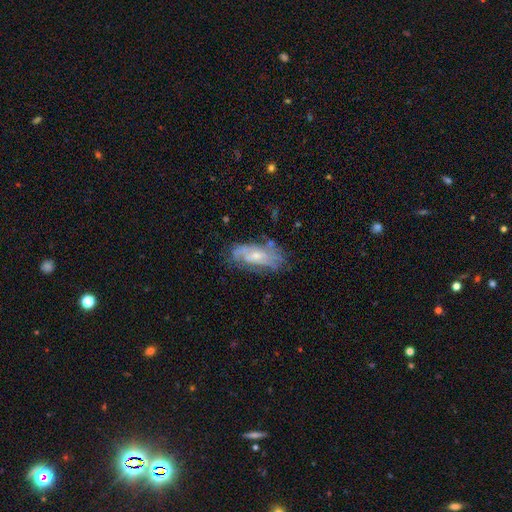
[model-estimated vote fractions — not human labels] Overall: featured or disk (67%). Edge-on disk: no (90%). Bar: no (69%). Spiral arms: yes (74%). Bulge size: small (58%; moderate 36%). Merging: none (62%; minor disturbance 24%).